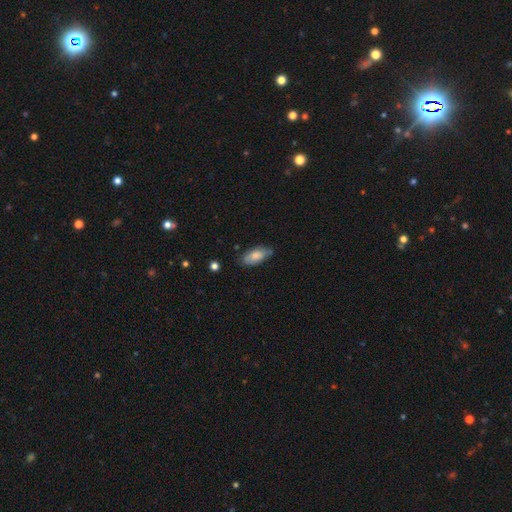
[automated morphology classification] type=smooth (73%); roundness=in between (88%); merging=none (68%).